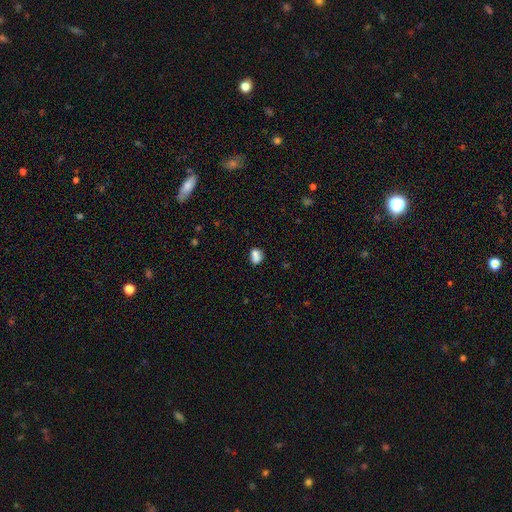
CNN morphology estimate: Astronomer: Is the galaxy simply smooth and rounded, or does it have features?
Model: smooth — 75%.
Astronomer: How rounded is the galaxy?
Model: in between — 56% (runner-up: round, 43%).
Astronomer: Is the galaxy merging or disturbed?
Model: merger — 40% (runner-up: none, 39%).